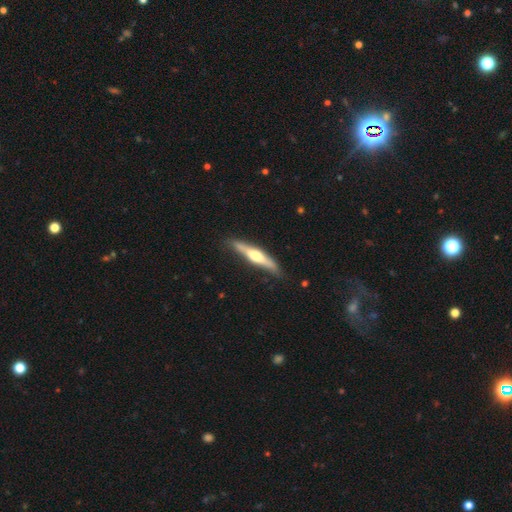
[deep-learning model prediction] Smooth or featured?
  - featured or disk: 62% *
  - smooth: 33%
  - star or artifact: 5%
Edge-on disk?
  - yes: 95% *
  - no: 5%
Edge-on bulge?
  - rounded: 80% *
  - boxy: 14%
  - none: 6%
Merging?
  - none: 84% *
  - minor disturbance: 12%
  - major disturbance: 2%
  - merger: 2%